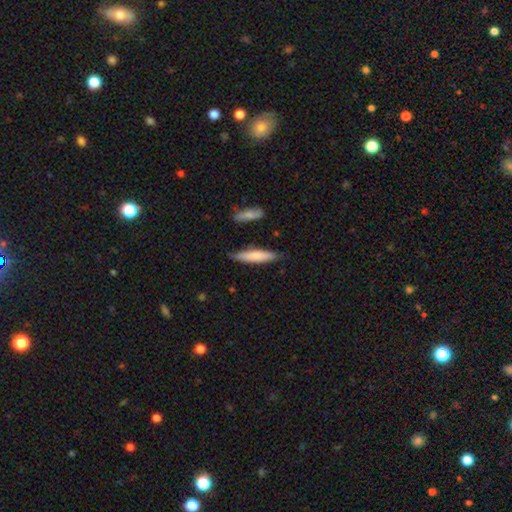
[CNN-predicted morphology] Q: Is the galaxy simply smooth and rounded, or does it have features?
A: smooth — 77%.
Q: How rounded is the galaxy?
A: cigar-shaped — 81%.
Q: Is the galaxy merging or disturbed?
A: none — 82%.